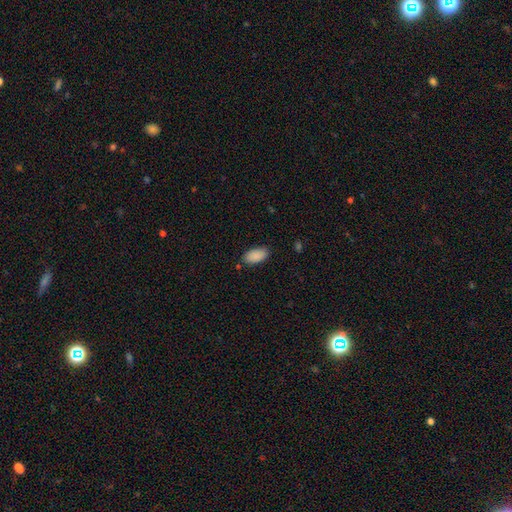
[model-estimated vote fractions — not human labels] smooth-or-featured: smooth: 90% | star or artifact: 7% | featured or disk: 4%
  how-rounded: in between: 94% | cigar-shaped: 4% | round: 2%
  merging: none: 84% | minor disturbance: 12% | major disturbance: 3% | merger: 2%